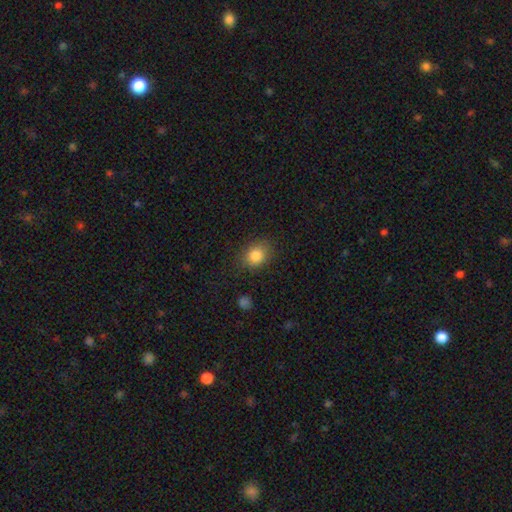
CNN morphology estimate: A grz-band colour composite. It shows a smooth galaxy with no disk features (84%) that is round (54%). Merging: none (83%).